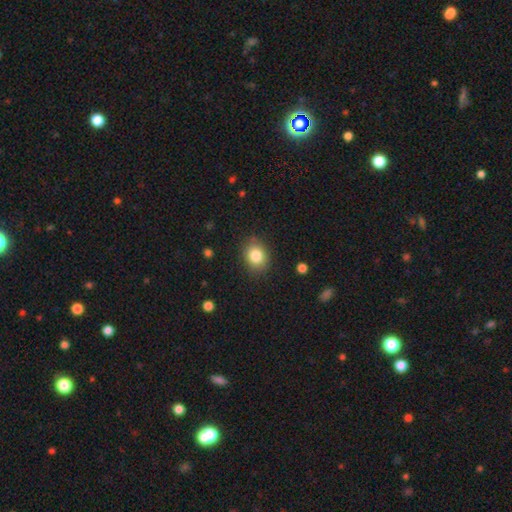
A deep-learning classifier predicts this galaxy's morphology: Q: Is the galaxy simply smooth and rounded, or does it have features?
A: smooth — 83%.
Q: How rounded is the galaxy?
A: round — 55%.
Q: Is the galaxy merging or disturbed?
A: none — 85%.